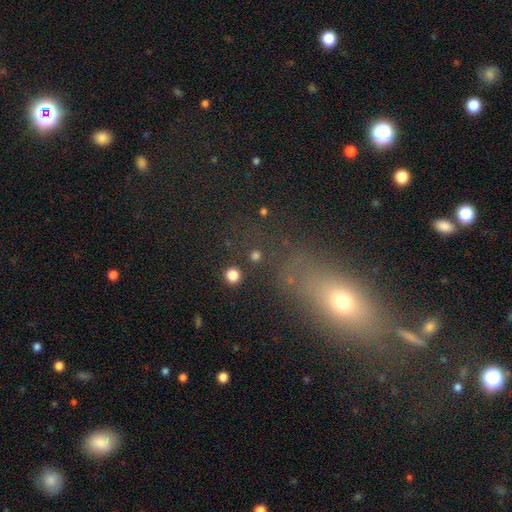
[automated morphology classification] A smooth galaxy with no disk features (70%) that is round (87%). Merging: none (81%).